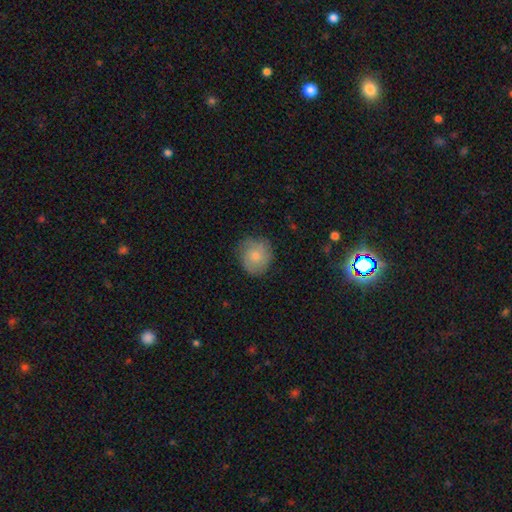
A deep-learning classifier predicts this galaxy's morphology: Overall: smooth (66%; featured or disk 27%). How rounded: round (85%). Merging: none (75%).